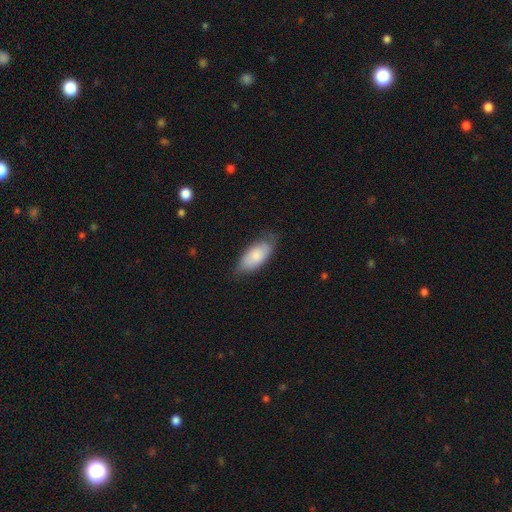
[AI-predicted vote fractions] The model was most divided on "merging": none: 66%, minor disturbance: 27%, major disturbance: 6%, merger: 1%. More confident: how rounded — in between (91%); smooth or featured — smooth (76%).